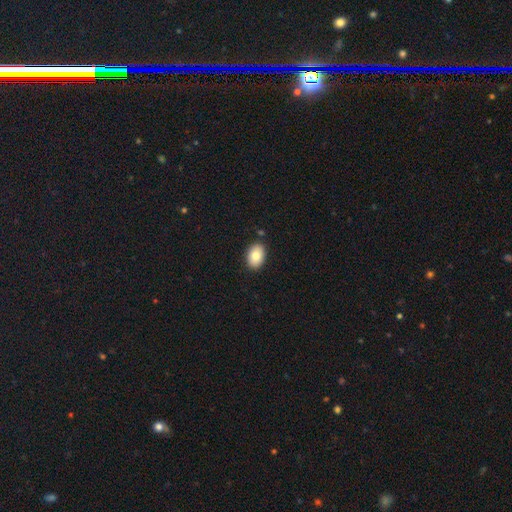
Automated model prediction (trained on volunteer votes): A smooth galaxy with no disk features (83%) that is in between round and cigar-shaped (85%). Merging: none (87%).